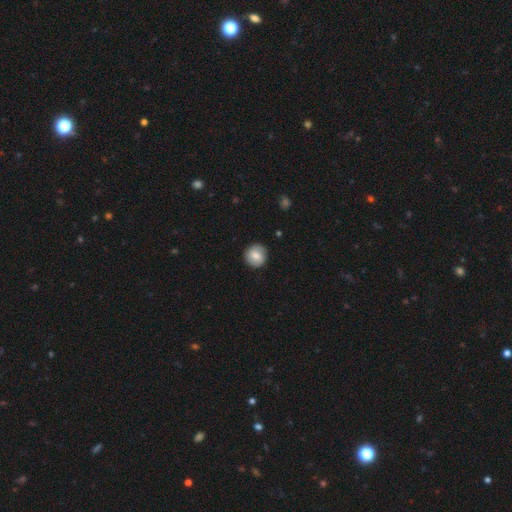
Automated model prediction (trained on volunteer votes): smooth 76%, featured or disk 16%, star or artifact 8%. Down the decision tree: how rounded — round (92%); merging — none (87%).